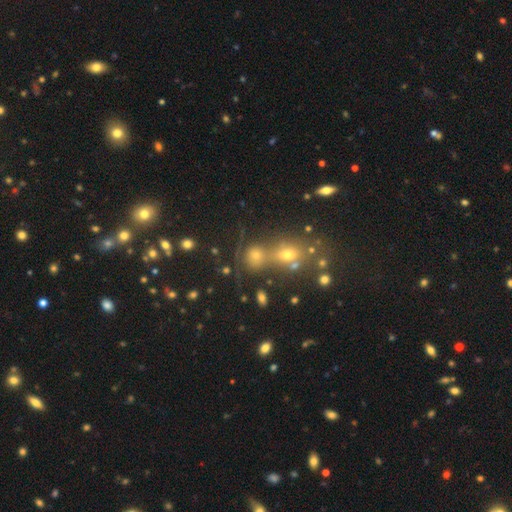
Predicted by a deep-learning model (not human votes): Q: Smooth or featured?
A: smooth (63%); runner-up: star or artifact (20%)
Q: How rounded?
A: round (72%); runner-up: in between (26%)
Q: Merging?
A: none (41%); runner-up: merger (39%)